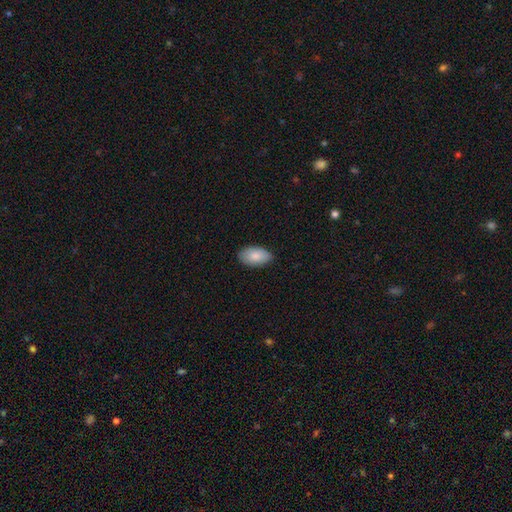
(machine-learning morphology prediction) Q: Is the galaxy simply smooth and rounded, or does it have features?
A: smooth — 85%.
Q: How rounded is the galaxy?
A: in between — 94%.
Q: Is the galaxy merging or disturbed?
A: none — 84%.